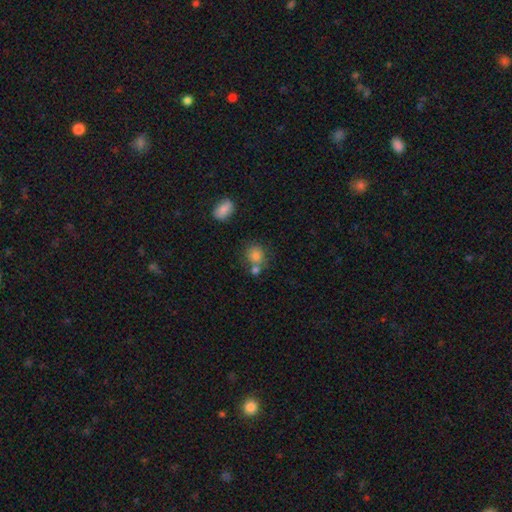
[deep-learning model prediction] Smooth or featured? smooth (82%)
How rounded? round (77%)
Merging? none (57%)